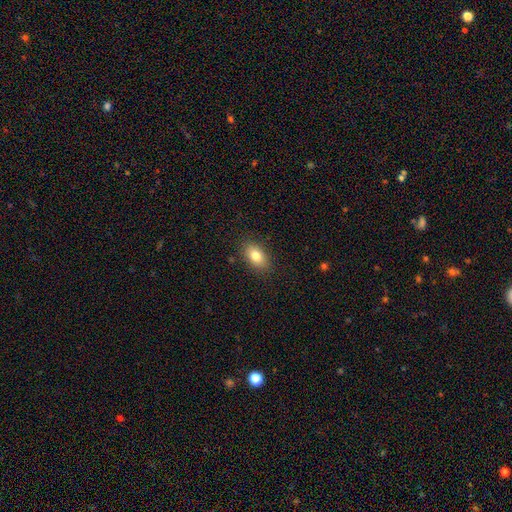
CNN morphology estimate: This appears to be a smooth galaxy with no disk features (80%) that is in between round and cigar-shaped (87%). Merging: none (86%).